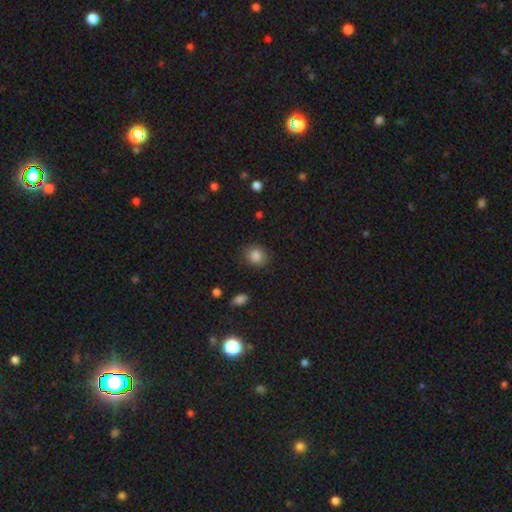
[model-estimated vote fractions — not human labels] The model was most divided on "how rounded": round: 73%, in between: 26%, cigar-shaped: 1%. More confident: smooth or featured — smooth (86%); merging — none (85%).